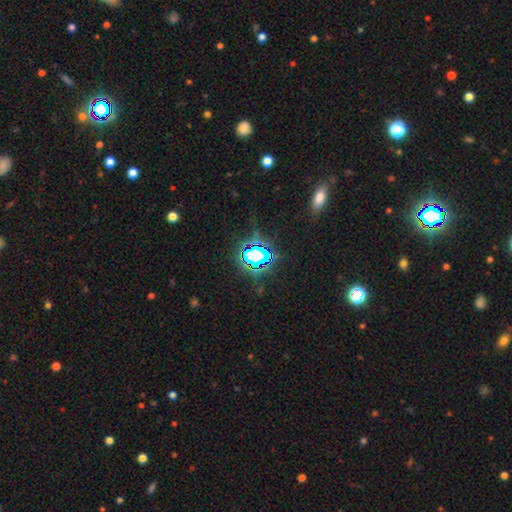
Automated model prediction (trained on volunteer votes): star or artifact 72%, smooth 17%, featured or disk 11%.